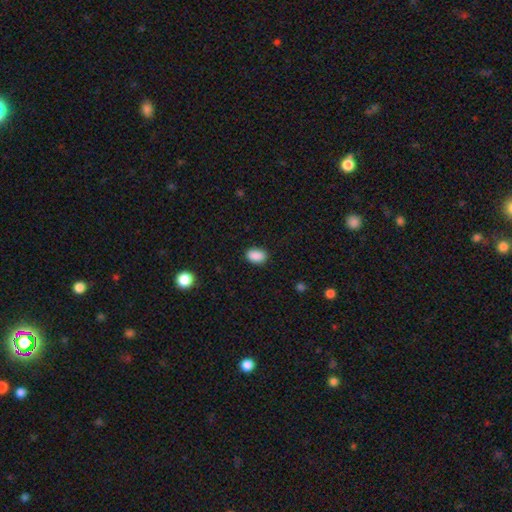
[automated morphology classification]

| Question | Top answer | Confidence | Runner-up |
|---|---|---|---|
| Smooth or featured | smooth | 90% | star or artifact (8%) |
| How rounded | in between | 85% | round (14%) |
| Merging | none | 88% | minor disturbance (9%) |